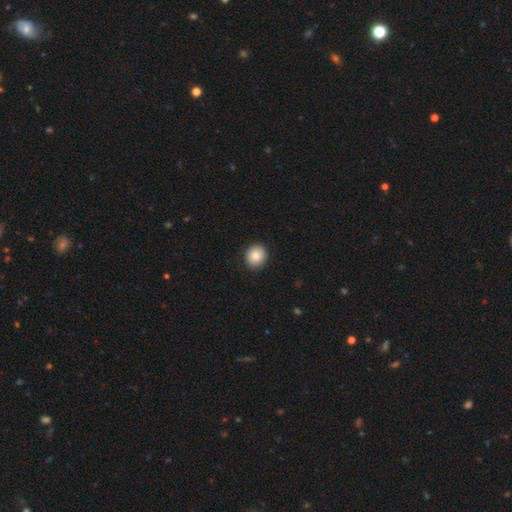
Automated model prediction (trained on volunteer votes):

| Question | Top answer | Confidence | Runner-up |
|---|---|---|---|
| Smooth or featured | smooth | 84% | star or artifact (8%) |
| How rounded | round | 80% | in between (19%) |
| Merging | none | 91% | minor disturbance (6%) |